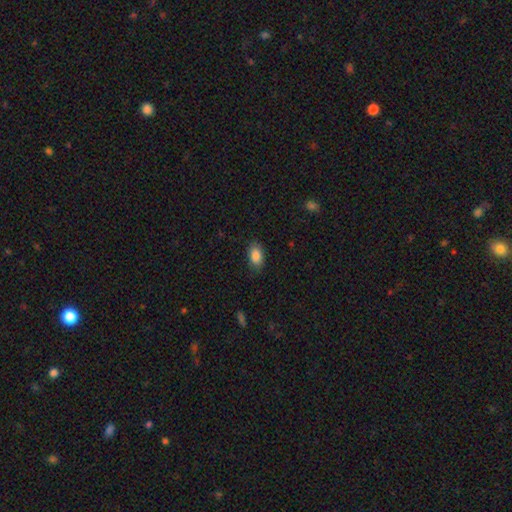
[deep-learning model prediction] This appears to be a smooth galaxy with no disk features (87%) that is in between round and cigar-shaped (91%). Merging: none (83%).